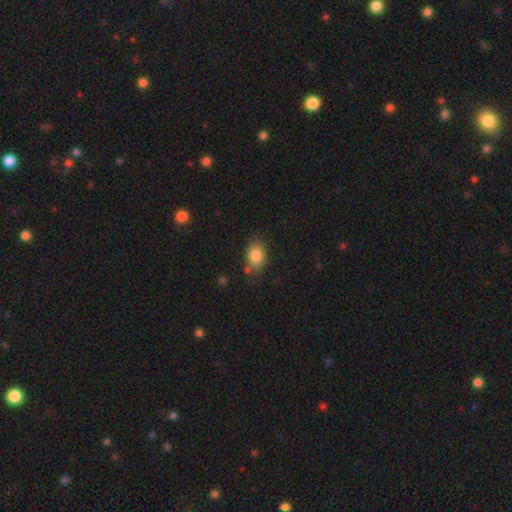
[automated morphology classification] Q: Smooth or featured?
A: smooth (84%); runner-up: star or artifact (8%)
Q: How rounded?
A: in between (79%); runner-up: round (19%)
Q: Merging?
A: none (73%); runner-up: minor disturbance (18%)